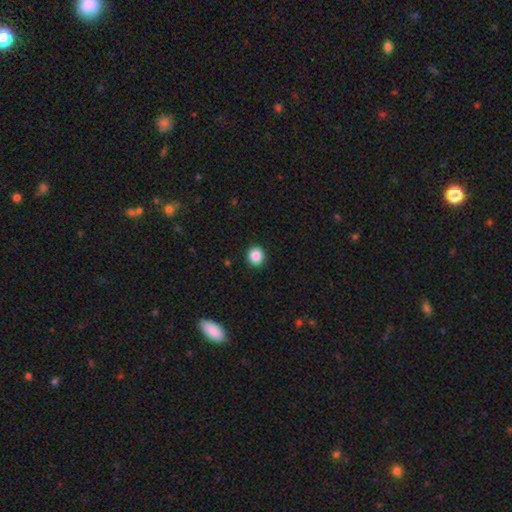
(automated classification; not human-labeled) This is clearly a smooth galaxy (88%). How rounded: clearly round (86%). Merging: clearly none (92%).